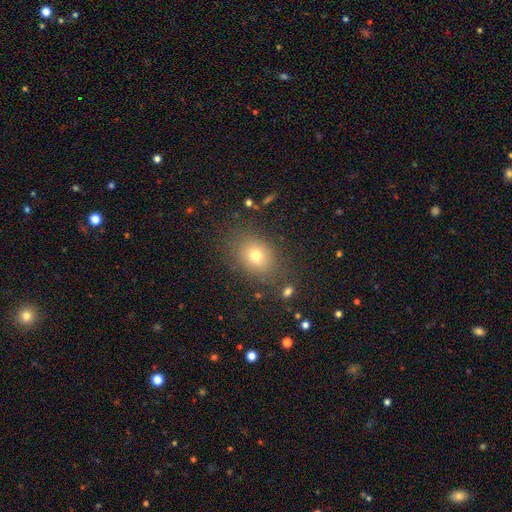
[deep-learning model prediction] A smooth galaxy with no disk features (73%) that is in between round and cigar-shaped (56%).

Vote fractions:
- Smooth or featured? smooth: 73% / star or artifact: 14% / featured or disk: 13%
- How rounded? in between: 56% / round: 43% / cigar-shaped: 1%
- Merging? none: 78% / minor disturbance: 14% / major disturbance: 6% / merger: 2%